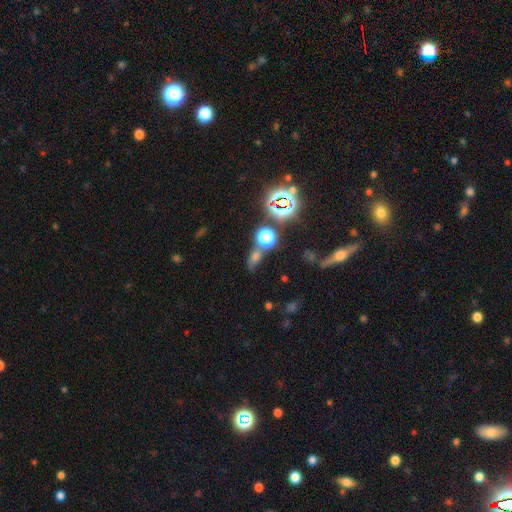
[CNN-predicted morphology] Q: Smooth or featured?
A: star or artifact (44%); runner-up: smooth (40%)